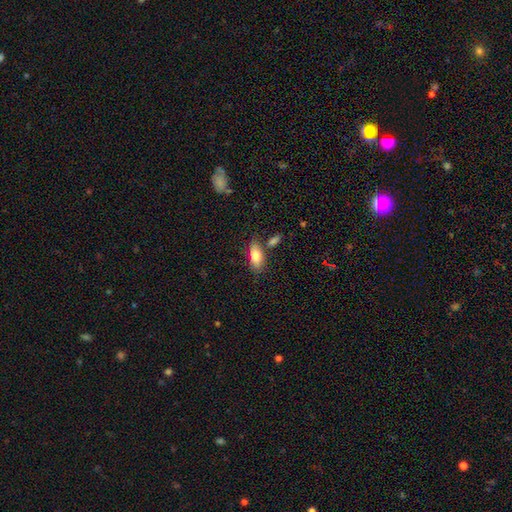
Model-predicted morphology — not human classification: Smooth or featured?
  - smooth: 79% *
  - featured or disk: 14%
  - star or artifact: 7%
How rounded?
  - in between: 85% *
  - cigar-shaped: 12%
  - round: 3%
Merging?
  - none: 72% *
  - minor disturbance: 15%
  - merger: 9%
  - major disturbance: 4%